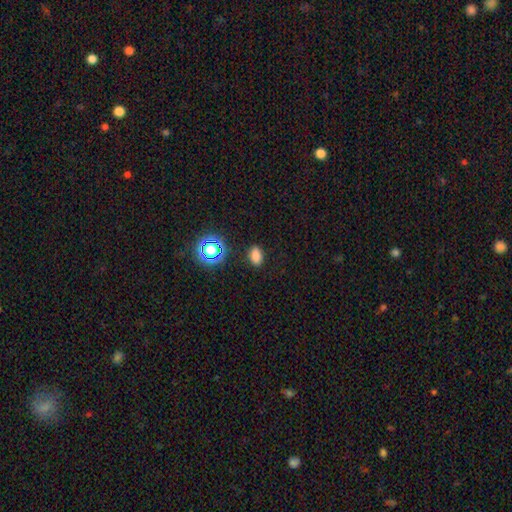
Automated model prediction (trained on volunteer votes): Smooth or featured: smooth — 76% (star or artifact — 18%)
How rounded: in between — 83% (round — 15%)
Merging: none — 86% (minor disturbance — 10%)